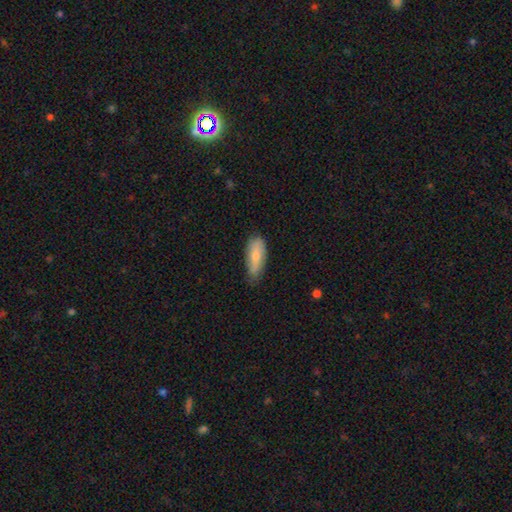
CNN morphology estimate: A smooth galaxy with no disk features (75%) that is in between round and cigar-shaped (73%).

Vote fractions:
- Smooth or featured? smooth: 75% / featured or disk: 19% / star or artifact: 6%
- How rounded? in between: 73% / cigar-shaped: 24% / round: 2%
- Merging? none: 67% / minor disturbance: 27% / major disturbance: 5% / merger: 1%